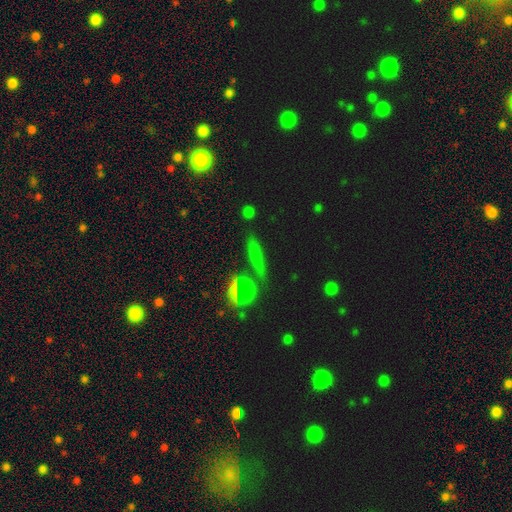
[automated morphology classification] A smooth galaxy with no disk features (54%) that is cigar-shaped (74%). Merging: none (80%).